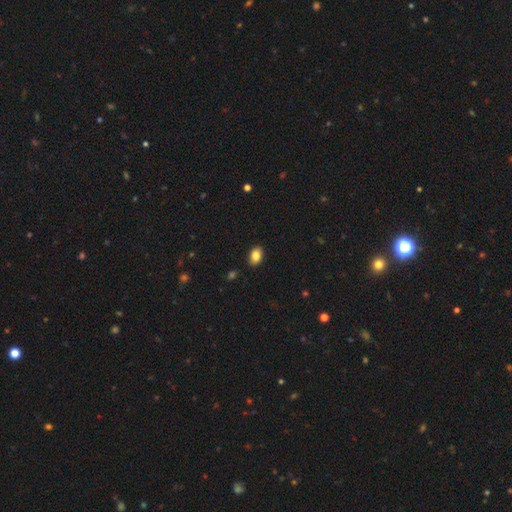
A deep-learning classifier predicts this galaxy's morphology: smooth-or-featured: smooth: 85% | star or artifact: 8% | featured or disk: 7%
  how-rounded: in between: 86% | round: 13% | cigar-shaped: 1%
  merging: none: 88% | minor disturbance: 9% | major disturbance: 2% | merger: 1%